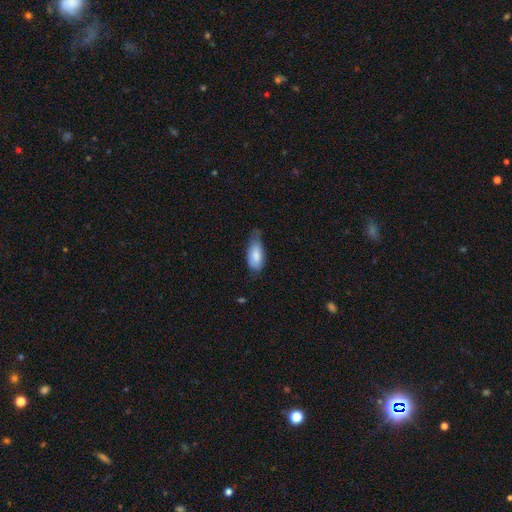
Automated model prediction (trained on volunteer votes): smooth_or_featured: smooth (p=0.80) [alt: featured or disk p=0.14]
how_rounded: in between (p=0.86) [alt: cigar-shaped p=0.12]
merging: minor disturbance (p=0.45) [alt: none p=0.39]